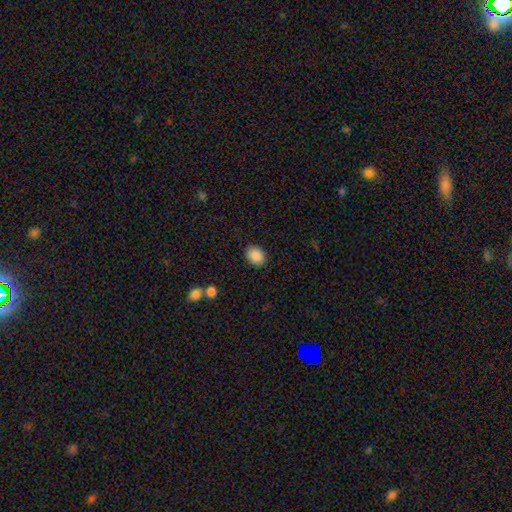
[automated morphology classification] Q: Smooth or featured?
A: smooth (89%); runner-up: star or artifact (8%)
Q: How rounded?
A: in between (60%); runner-up: round (39%)
Q: Merging?
A: none (88%); runner-up: minor disturbance (8%)